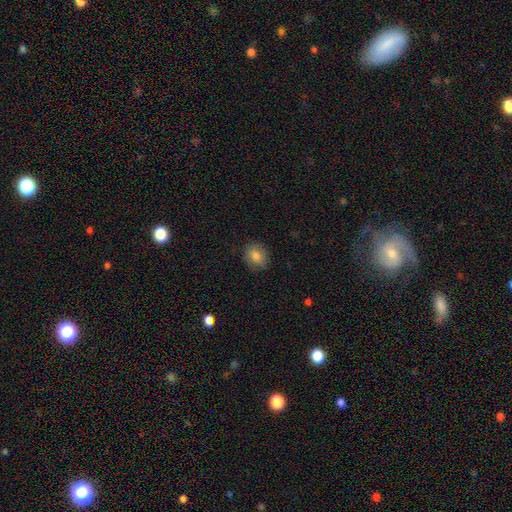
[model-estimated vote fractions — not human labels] This appears to be a smooth galaxy with no disk features (84%) that is round (57%). Merging: none (86%).